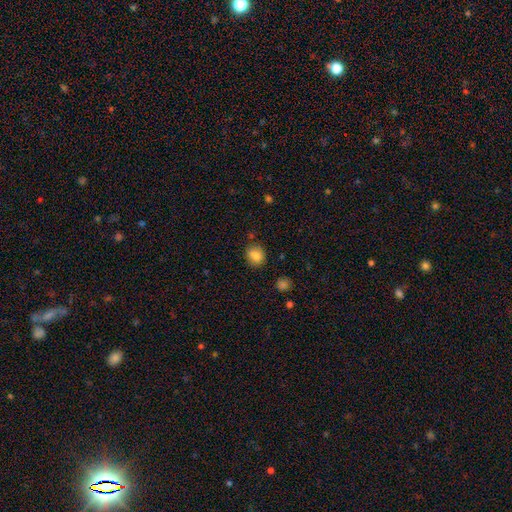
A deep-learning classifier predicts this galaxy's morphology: Smooth or featured?
  - smooth: 83% *
  - star or artifact: 10%
  - featured or disk: 7%
How rounded?
  - round: 66% *
  - in between: 33%
  - cigar-shaped: 1%
Merging?
  - none: 81% *
  - minor disturbance: 13%
  - merger: 3%
  - major disturbance: 3%